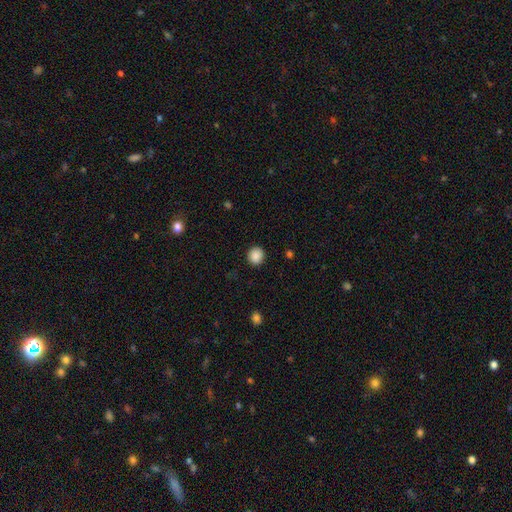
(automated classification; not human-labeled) Smooth or featured: smooth — 88% (star or artifact — 9%)
How rounded: round — 86% (in between — 13%)
Merging: none — 90% (minor disturbance — 7%)